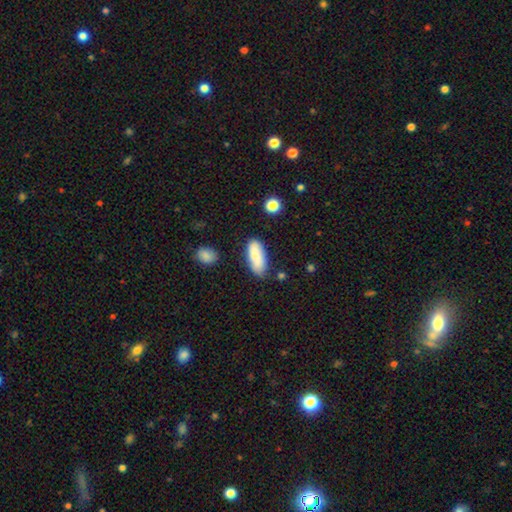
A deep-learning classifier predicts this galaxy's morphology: Overall: smooth (79%). How rounded: in between (82%). Merging: none (74%).